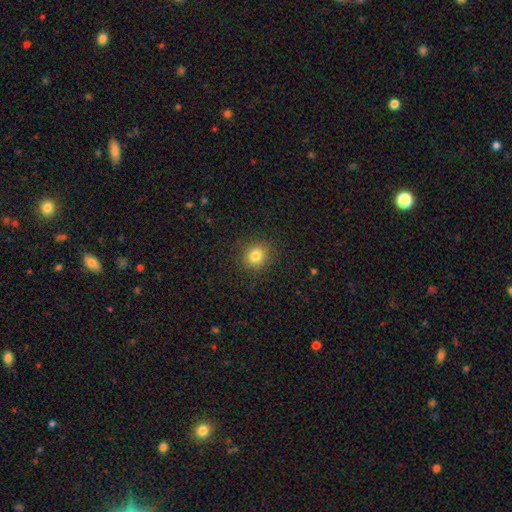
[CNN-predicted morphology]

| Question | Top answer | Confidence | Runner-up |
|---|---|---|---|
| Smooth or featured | smooth | 82% | star or artifact (12%) |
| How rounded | round | 82% | in between (17%) |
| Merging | none | 89% | minor disturbance (8%) |